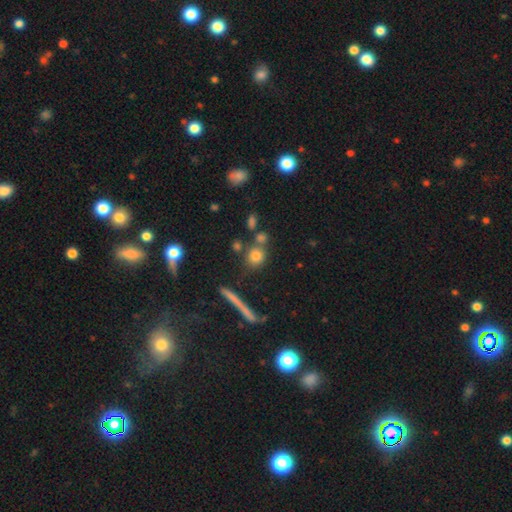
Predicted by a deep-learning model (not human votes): smooth_or_featured: smooth (p=0.76) [alt: star or artifact p=0.13]
how_rounded: round (p=0.82) [alt: in between p=0.12]
merging: none (p=0.71) [alt: merger p=0.15]